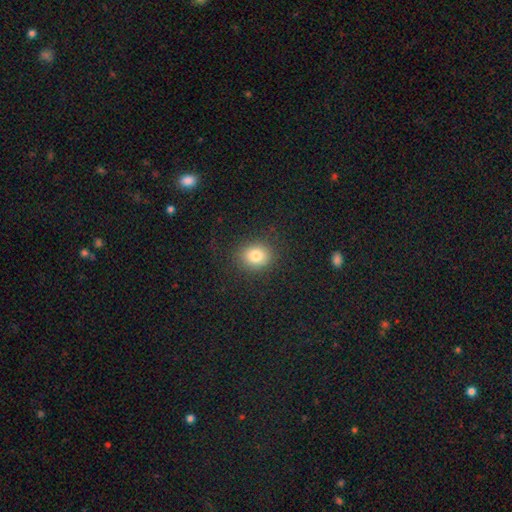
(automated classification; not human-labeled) smooth-or-featured: smooth: 81% | star or artifact: 12% | featured or disk: 8%
  how-rounded: round: 65% | in between: 34% | cigar-shaped: 1%
  merging: none: 86% | minor disturbance: 9% | major disturbance: 4% | merger: 1%